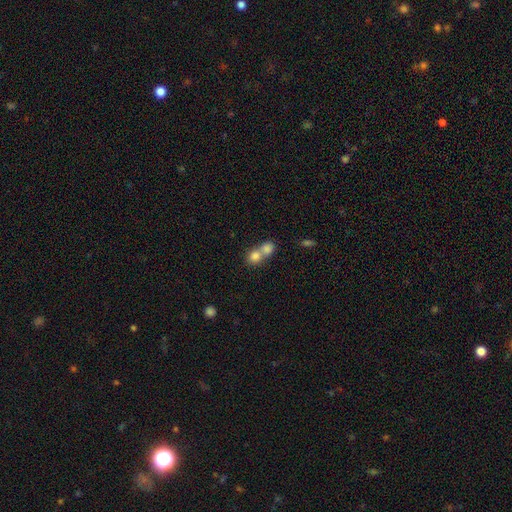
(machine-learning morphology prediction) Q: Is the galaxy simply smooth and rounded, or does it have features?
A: smooth — 79%.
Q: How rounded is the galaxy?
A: round — 71%.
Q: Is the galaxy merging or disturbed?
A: merger — 69%.